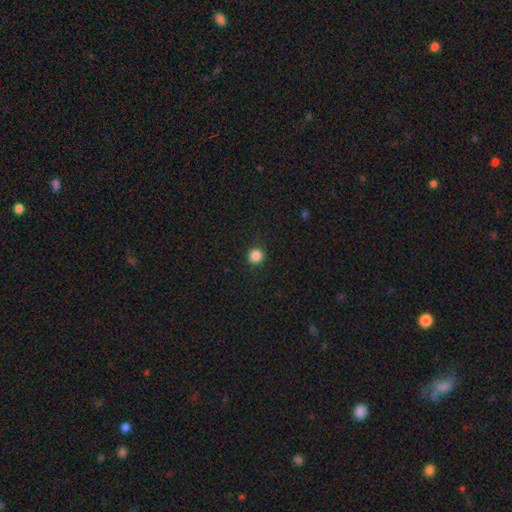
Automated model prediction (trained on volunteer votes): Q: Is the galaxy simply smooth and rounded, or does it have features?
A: smooth — 86%.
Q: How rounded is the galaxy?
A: round — 94%.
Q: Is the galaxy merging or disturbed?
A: none — 92%.